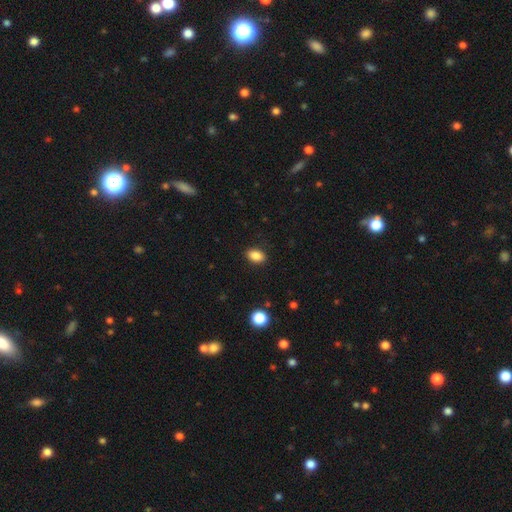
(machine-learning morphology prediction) type=smooth (87%); roundness=in between (88%); merging=none (88%).